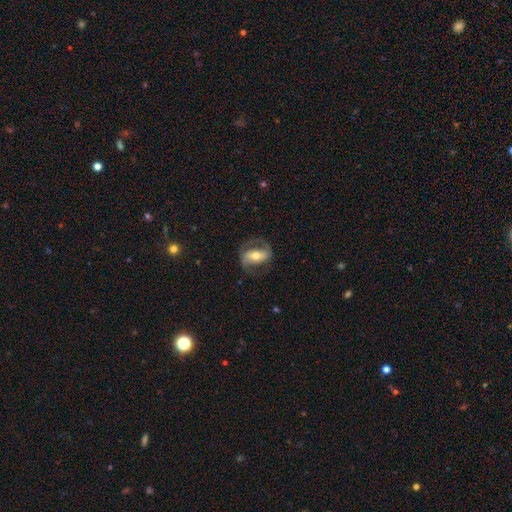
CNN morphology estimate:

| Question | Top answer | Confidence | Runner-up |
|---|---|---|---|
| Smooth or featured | featured or disk | 74% | smooth (20%) |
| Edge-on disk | no | 95% | yes (5%) |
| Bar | strong | 47% | weak (29%) |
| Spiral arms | yes | 87% | no (13%) |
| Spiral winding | medium | 49% | loose (30%) |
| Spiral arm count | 2 | 86% | 1 (5%) |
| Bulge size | moderate | 63% | small (27%) |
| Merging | none | 69% | minor disturbance (17%) |